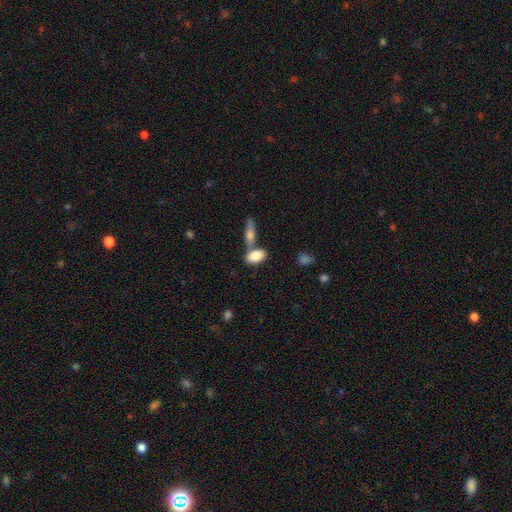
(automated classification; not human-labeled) Q: Smooth or featured?
A: smooth (83%); runner-up: featured or disk (11%)
Q: How rounded?
A: in between (90%); runner-up: cigar-shaped (5%)
Q: Merging?
A: none (49%); runner-up: merger (36%)